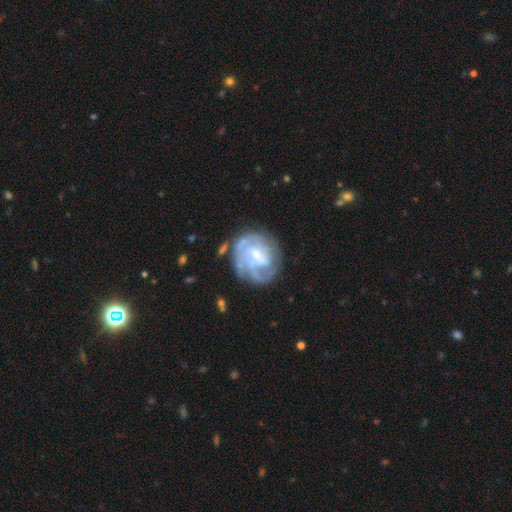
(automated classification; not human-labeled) featured or disk 71%, smooth 22%, star or artifact 7%. Down the decision tree: edge-on disk — no (98%); bar — weak (46%); spiral arms — yes (70%); bulge size — small (41%); merging — none (56%).